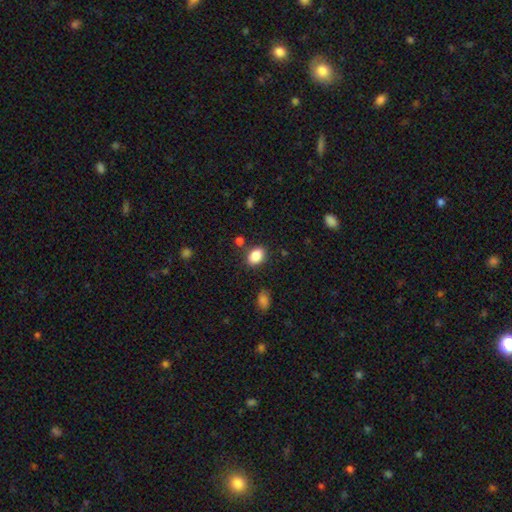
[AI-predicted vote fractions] smooth_or_featured: smooth (p=0.86) [alt: star or artifact p=0.09]
how_rounded: in between (p=0.80) [alt: round p=0.19]
merging: none (p=0.82) [alt: minor disturbance p=0.11]